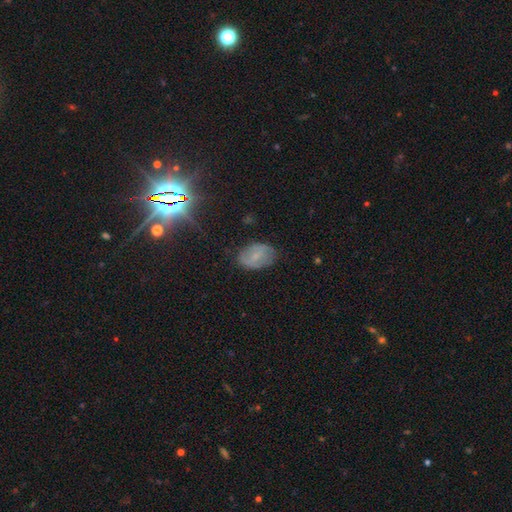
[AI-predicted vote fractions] A smooth galaxy with no disk features (49%).

Vote fractions:
- Smooth or featured? smooth: 49% / featured or disk: 37% / star or artifact: 14%
- Merging? none: 74% / minor disturbance: 18% / major disturbance: 6% / merger: 1%